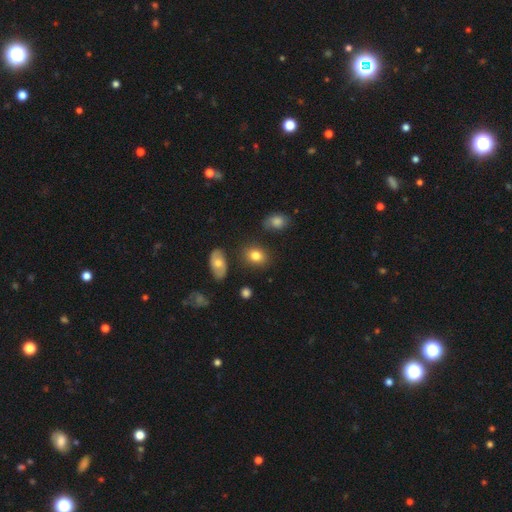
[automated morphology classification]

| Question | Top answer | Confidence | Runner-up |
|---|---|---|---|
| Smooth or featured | smooth | 81% | star or artifact (10%) |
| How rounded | in between | 57% | round (41%) |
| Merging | none | 81% | minor disturbance (12%) |